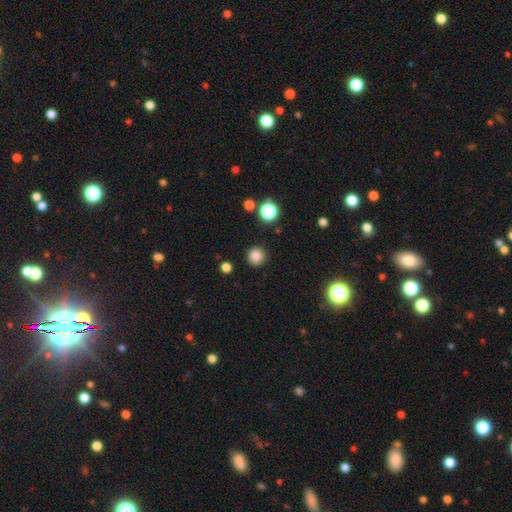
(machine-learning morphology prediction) A smooth galaxy with no disk features (84%) that is round (95%).

Vote fractions:
- Smooth or featured? smooth: 84% / star or artifact: 12% / featured or disk: 4%
- How rounded? round: 95% / in between: 4% / cigar-shaped: 1%
- Merging? none: 90% / minor disturbance: 6% / major disturbance: 2% / merger: 2%